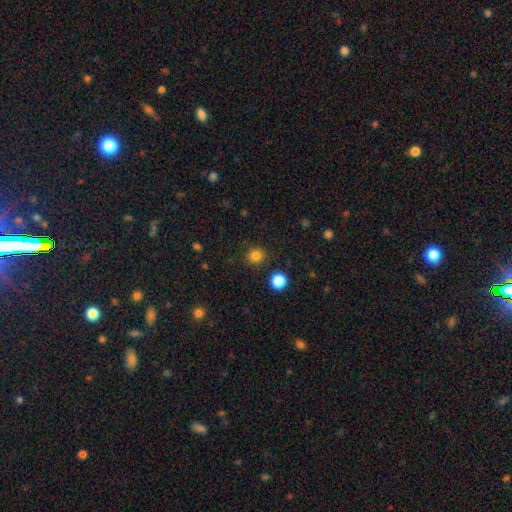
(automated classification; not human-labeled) Smooth or featured? smooth (83%)
How rounded? round (93%)
Merging? none (90%)